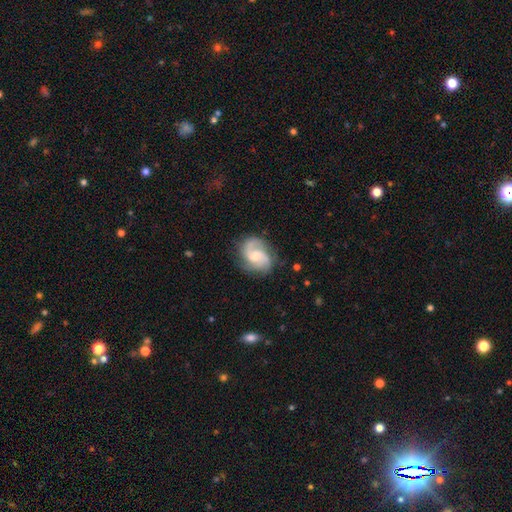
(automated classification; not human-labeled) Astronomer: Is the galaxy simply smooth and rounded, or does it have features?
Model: featured or disk — 82%.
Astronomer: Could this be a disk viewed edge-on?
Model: no — 98%.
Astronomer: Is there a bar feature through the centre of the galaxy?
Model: no — 51% (runner-up: weak, 42%).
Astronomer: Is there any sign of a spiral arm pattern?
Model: yes — 97%.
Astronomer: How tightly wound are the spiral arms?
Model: medium — 52%.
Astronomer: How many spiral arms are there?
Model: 2 — 73%.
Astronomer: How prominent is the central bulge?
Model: moderate — 53% (runner-up: small, 36%).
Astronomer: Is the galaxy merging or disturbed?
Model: none — 75%.